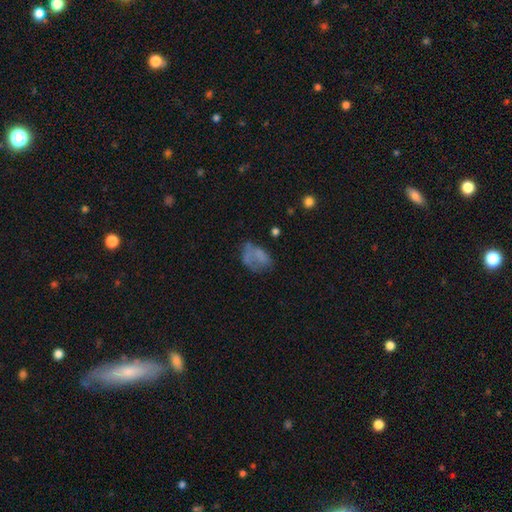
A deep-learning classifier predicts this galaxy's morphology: type=smooth (51%); roundness=in between (82%); merging=none (35%).